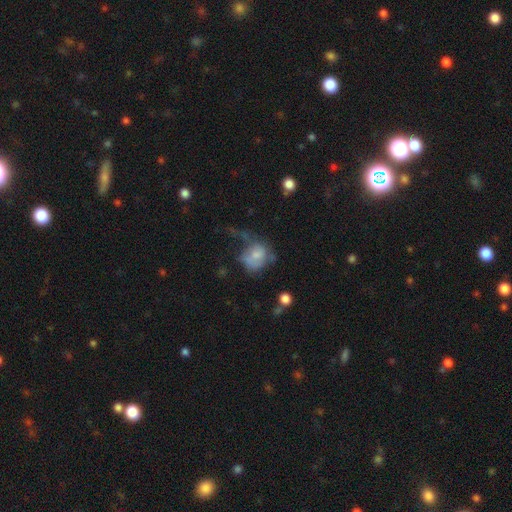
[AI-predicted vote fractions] smooth 63%, featured or disk 28%, star or artifact 9%. Down the decision tree: how rounded — round (58%); merging — major disturbance (43%).